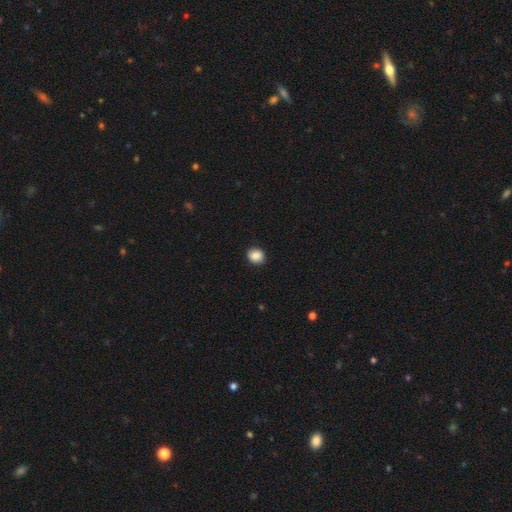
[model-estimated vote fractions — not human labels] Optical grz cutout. It shows a smooth galaxy with no disk features (87%) that is round (75%). Merging: none (88%).